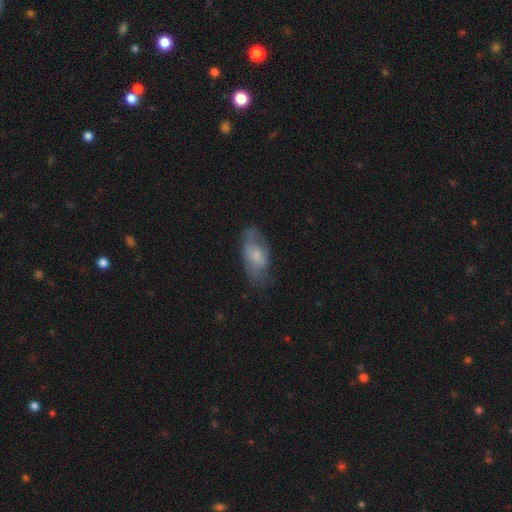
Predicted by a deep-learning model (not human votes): smooth_or_featured: smooth (p=0.52) [alt: featured or disk p=0.41]
how_rounded: in between (p=0.88) [alt: cigar-shaped p=0.08]
merging: none (p=0.54) [alt: minor disturbance p=0.29]